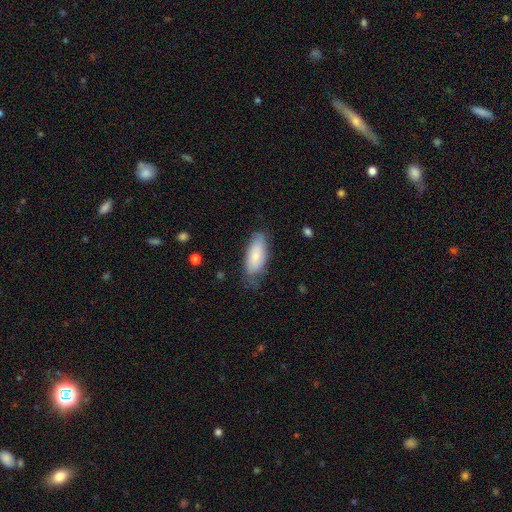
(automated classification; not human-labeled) smooth_or_featured: smooth (p=0.73) [alt: featured or disk p=0.21]
how_rounded: in between (p=0.84) [alt: cigar-shaped p=0.13]
merging: none (p=0.60) [alt: minor disturbance p=0.31]